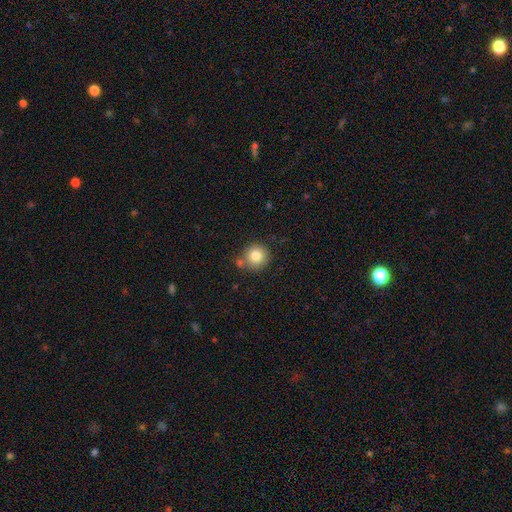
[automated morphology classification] type=smooth (81%); roundness=round (93%); merging=none (73%).